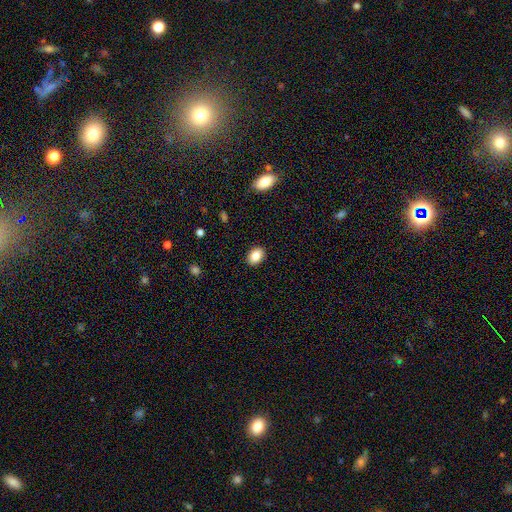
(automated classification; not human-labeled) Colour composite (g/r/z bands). It shows a smooth galaxy with no disk features (85%) that is in between round and cigar-shaped (72%). Merging: none (90%).